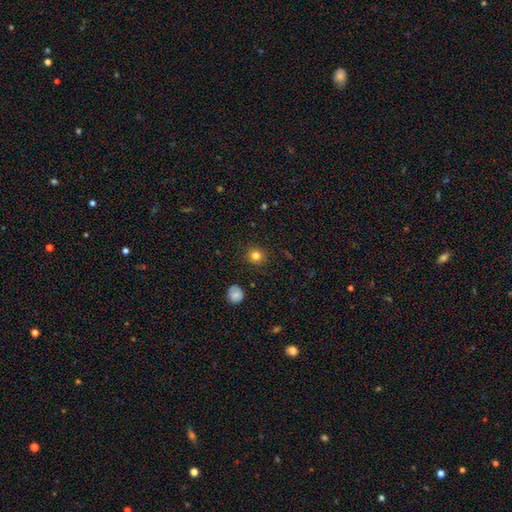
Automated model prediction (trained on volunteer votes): This is clearly a smooth galaxy (81%). How rounded: clearly round (92%). Merging: clearly none (90%).